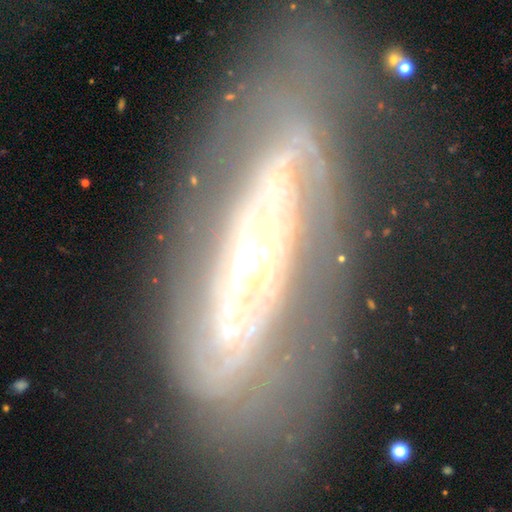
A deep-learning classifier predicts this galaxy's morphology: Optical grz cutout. It shows a featured or disk galaxy (82%) with no bar (54%), spiral arms (70%) and a moderate central bulge (52%). Merging: none (71%).